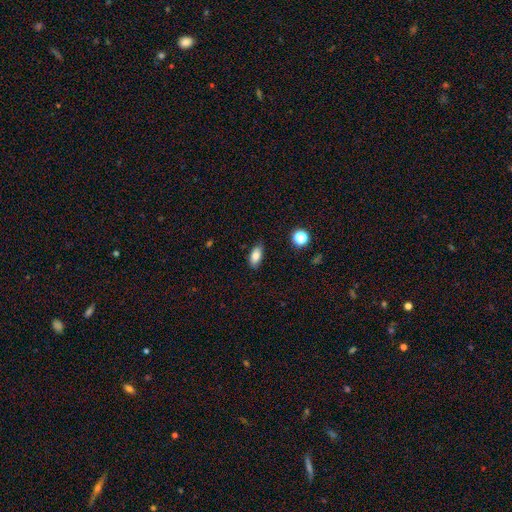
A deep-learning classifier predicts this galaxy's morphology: This appears to be a smooth galaxy with no disk features (82%) that is in between round and cigar-shaped (89%). Merging: none (81%).